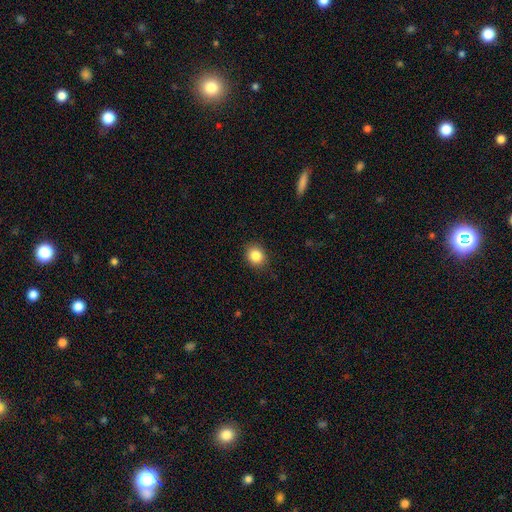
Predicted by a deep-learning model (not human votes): This appears to be a smooth galaxy with no disk features (85%) that is round (69%). Merging: none (86%).